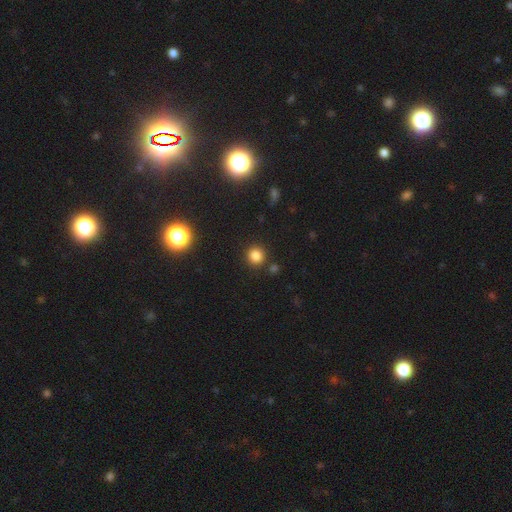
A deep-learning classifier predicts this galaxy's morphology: smooth_or_featured: smooth (p=0.80) [alt: star or artifact p=0.15]
how_rounded: round (p=0.91) [alt: in between p=0.08]
merging: none (p=0.86) [alt: minor disturbance p=0.06]